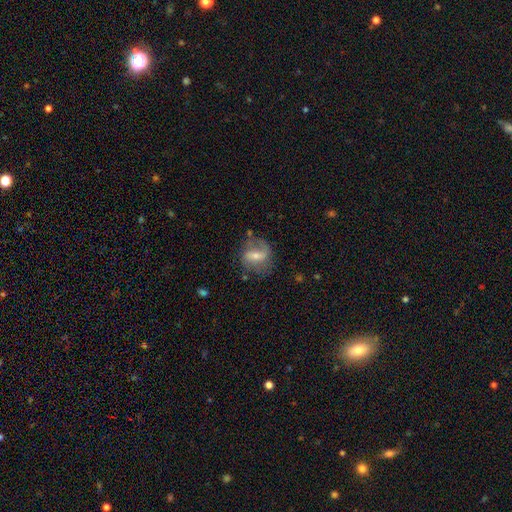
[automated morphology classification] A featured or disk galaxy (61%) with a strong bar (42%), spiral arms (73%) and a small central bulge (47%). Merging: none (61%).